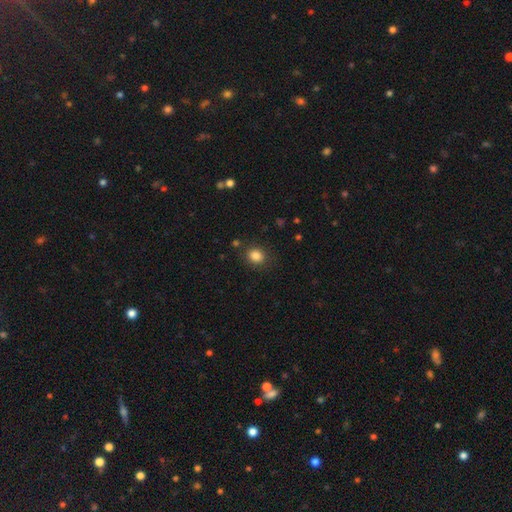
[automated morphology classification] Smooth or featured? Predicted: smooth (p=0.84). How rounded? Predicted: round (p=0.70). Merging? Predicted: none (p=0.84).